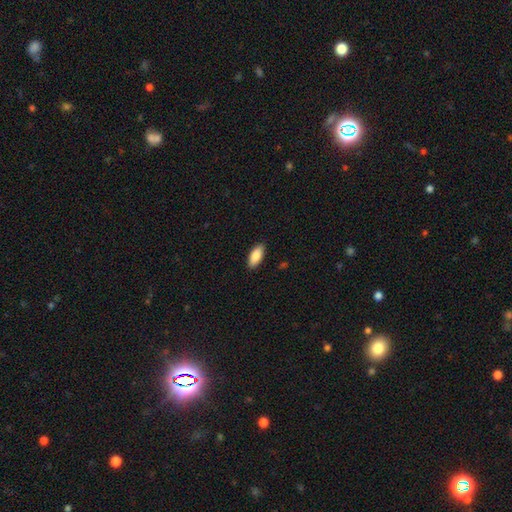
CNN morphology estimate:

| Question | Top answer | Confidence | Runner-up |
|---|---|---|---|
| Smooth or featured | smooth | 84% | featured or disk (10%) |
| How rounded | in between | 86% | cigar-shaped (12%) |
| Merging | none | 89% | minor disturbance (8%) |